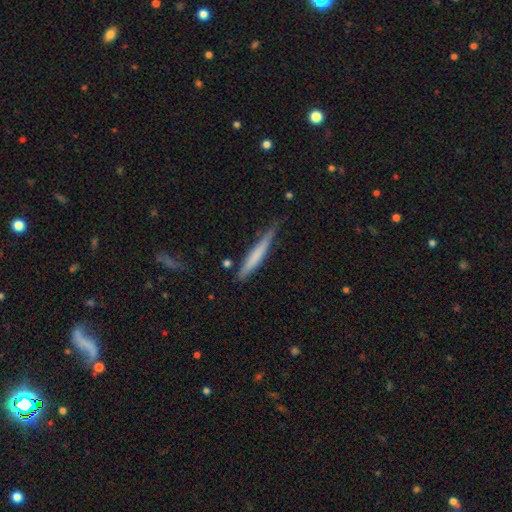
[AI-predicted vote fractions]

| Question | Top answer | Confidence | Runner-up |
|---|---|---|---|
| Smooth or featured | smooth | 61% | featured or disk (34%) |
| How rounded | cigar-shaped | 95% | in between (4%) |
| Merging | none | 74% | minor disturbance (21%) |